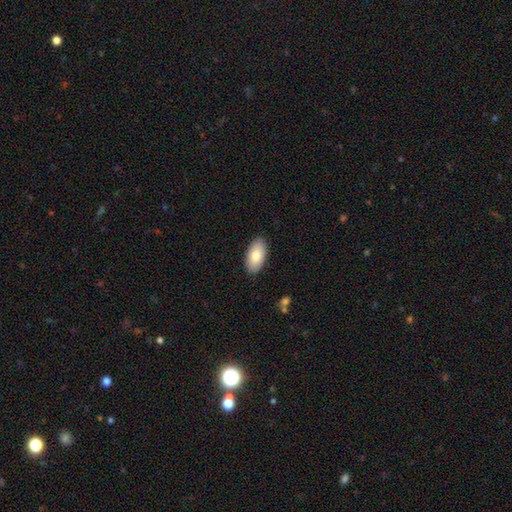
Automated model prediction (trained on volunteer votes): Smooth or featured: smooth — 80% (featured or disk — 14%)
How rounded: in between — 95% (cigar-shaped — 3%)
Merging: none — 89% (minor disturbance — 9%)